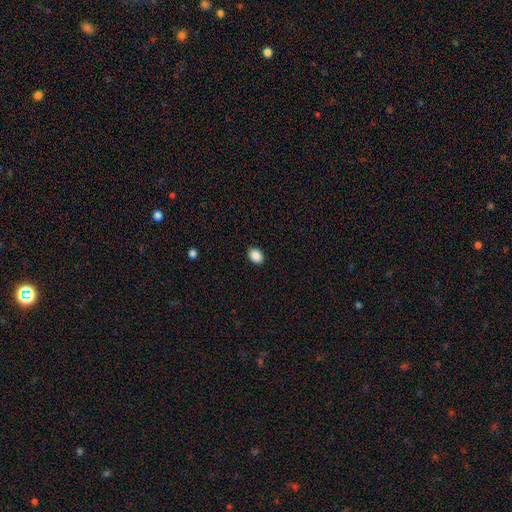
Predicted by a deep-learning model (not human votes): Overall: smooth (89%). How rounded: in between (72%). Merging: none (90%).